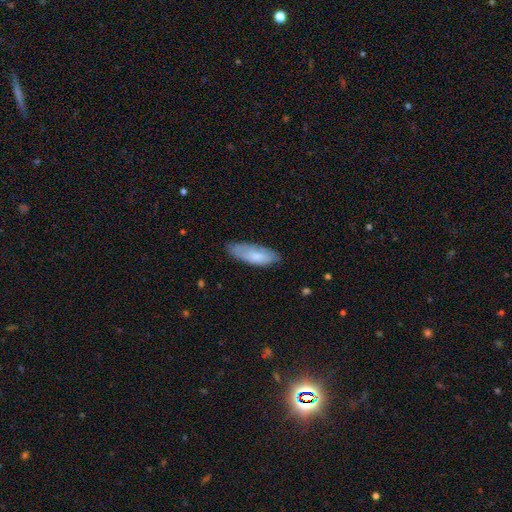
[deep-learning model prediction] This is likely a smooth galaxy (71%). How rounded: likely in between (67%). Merging: likely none (71%).